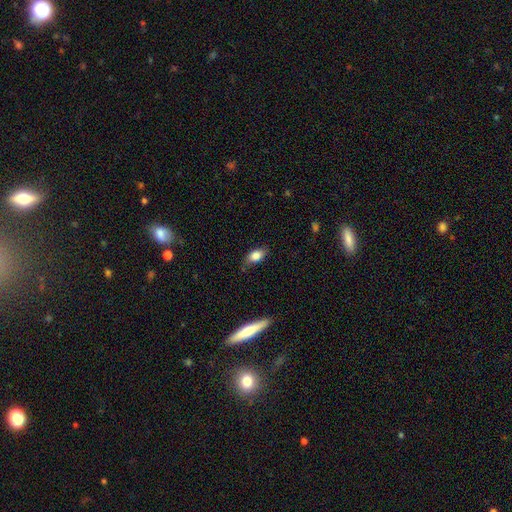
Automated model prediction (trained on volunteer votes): smooth-or-featured: smooth: 82% | featured or disk: 10% | star or artifact: 8%
  how-rounded: in between: 85% | round: 9% | cigar-shaped: 5%
  merging: none: 70% | minor disturbance: 23% | major disturbance: 5% | merger: 2%